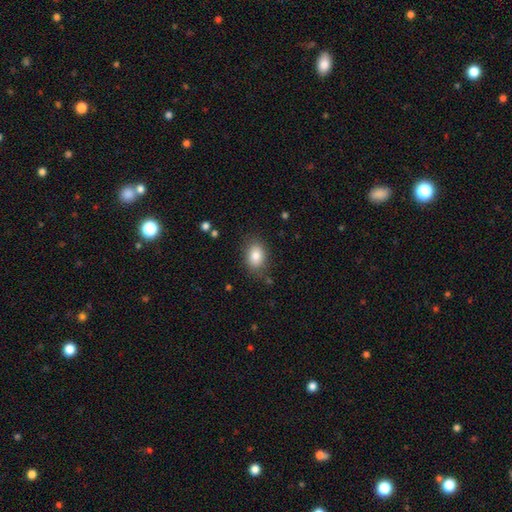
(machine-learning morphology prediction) smooth_or_featured: smooth (p=0.83) [alt: featured or disk p=0.09]
how_rounded: in between (p=0.78) [alt: round p=0.21]
merging: none (p=0.81) [alt: minor disturbance p=0.13]